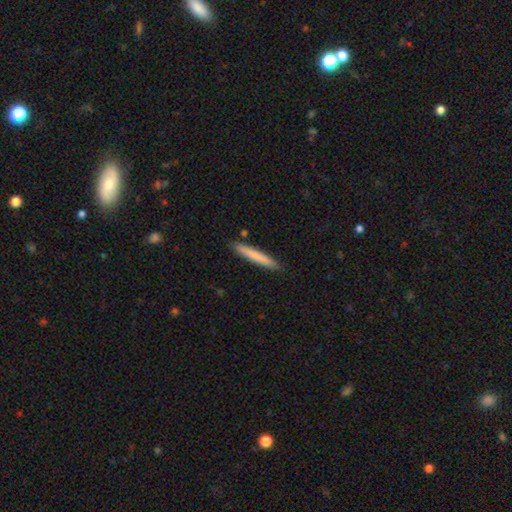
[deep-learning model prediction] A smooth galaxy with no disk features (77%) that is cigar-shaped (96%).

Vote fractions:
- Smooth or featured? smooth: 77% / featured or disk: 18% / star or artifact: 5%
- How rounded? cigar-shaped: 96% / in between: 3% / round: 1%
- Merging? none: 90% / minor disturbance: 7% / merger: 1% / major disturbance: 1%